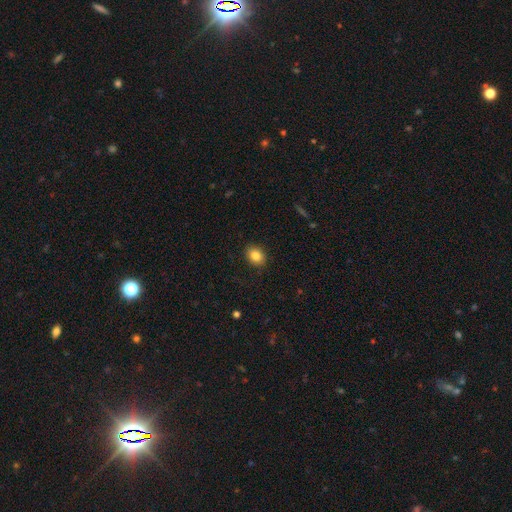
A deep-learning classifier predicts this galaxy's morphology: This is clearly a smooth galaxy (85%). How rounded: possibly in between (57%). Merging: clearly none (88%).